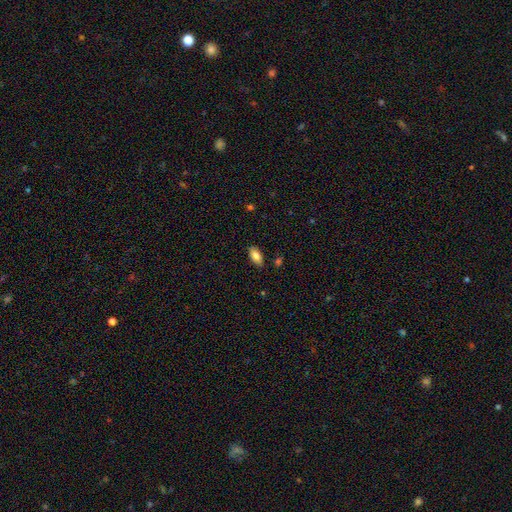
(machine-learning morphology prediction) A smooth galaxy with no disk features (84%) that is in between round and cigar-shaped (91%). Merging: none (86%).